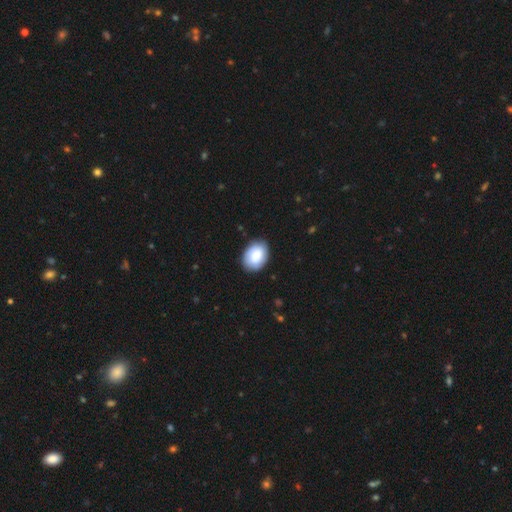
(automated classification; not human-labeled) Overall: smooth (79%). How rounded: in between (77%). Merging: none (81%).